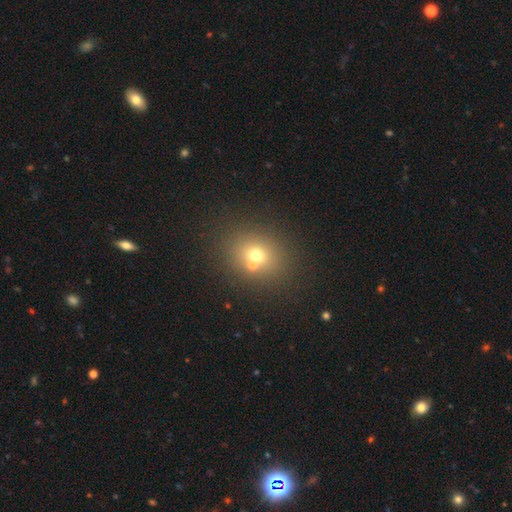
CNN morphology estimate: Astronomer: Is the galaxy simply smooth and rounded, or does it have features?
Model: smooth — 65%.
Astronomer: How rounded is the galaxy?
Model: round — 69%.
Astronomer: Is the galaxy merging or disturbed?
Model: none — 61%.